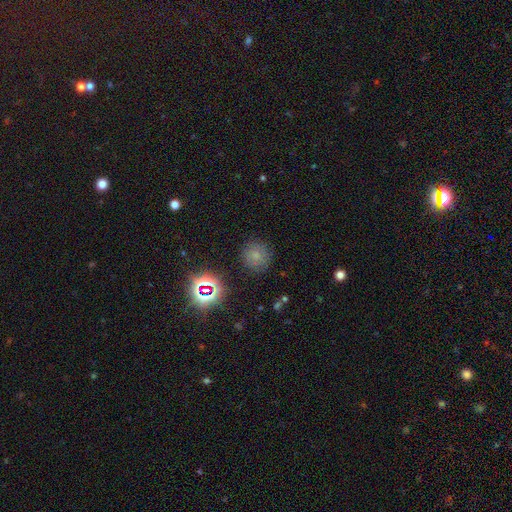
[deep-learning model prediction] A smooth galaxy with no disk features (70%) that is round (93%).

Vote fractions:
- Smooth or featured? smooth: 70% / star or artifact: 20% / featured or disk: 10%
- How rounded? round: 93% / in between: 6% / cigar-shaped: 1%
- Merging? none: 86% / minor disturbance: 9% / major disturbance: 3% / merger: 2%